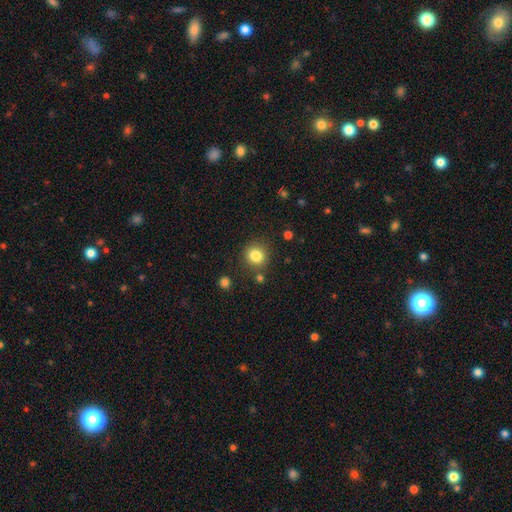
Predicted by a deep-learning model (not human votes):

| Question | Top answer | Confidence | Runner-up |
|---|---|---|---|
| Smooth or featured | smooth | 83% | star or artifact (11%) |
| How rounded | round | 84% | in between (15%) |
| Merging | none | 81% | minor disturbance (10%) |